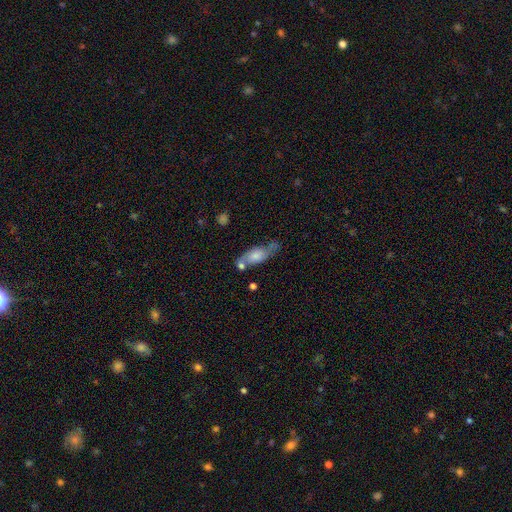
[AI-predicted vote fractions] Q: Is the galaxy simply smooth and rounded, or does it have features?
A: smooth — 56%.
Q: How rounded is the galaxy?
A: in between — 67%.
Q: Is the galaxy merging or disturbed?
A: none — 46%.